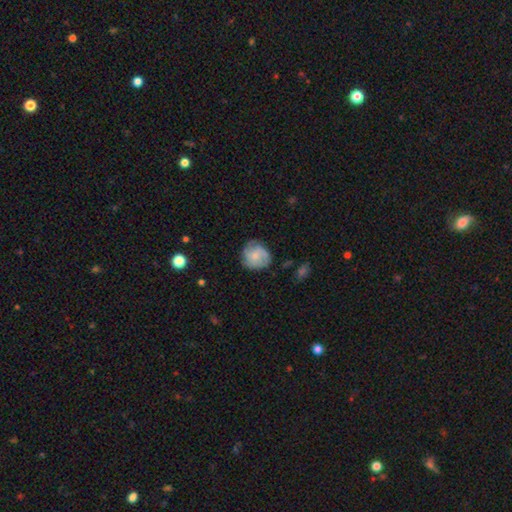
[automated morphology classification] Q: Smooth or featured?
A: featured or disk (48%); runner-up: smooth (45%)
Q: Merging?
A: none (71%); runner-up: minor disturbance (21%)